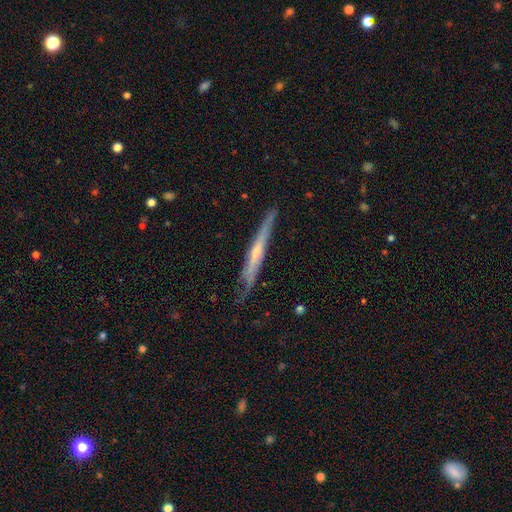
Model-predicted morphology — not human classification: Smooth or featured?
  - featured or disk: 65% *
  - smooth: 29%
  - star or artifact: 6%
Edge-on disk?
  - yes: 93% *
  - no: 7%
Edge-on bulge?
  - none: 54% *
  - rounded: 39%
  - boxy: 6%
Merging?
  - none: 75% *
  - minor disturbance: 20%
  - major disturbance: 4%
  - merger: 2%